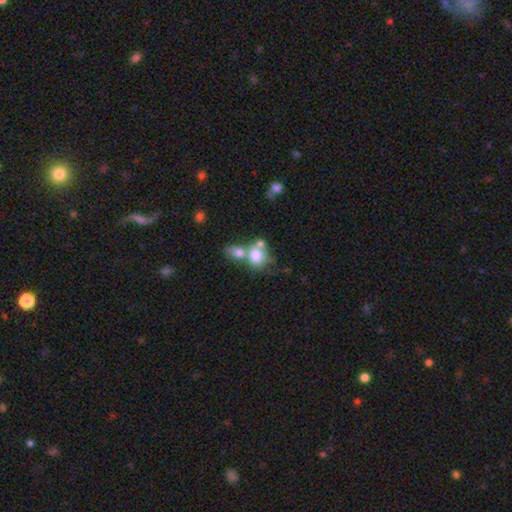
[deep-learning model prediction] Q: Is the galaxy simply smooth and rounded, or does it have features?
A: smooth — 75%.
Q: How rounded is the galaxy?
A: round — 63%.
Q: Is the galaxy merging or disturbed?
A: merger — 57%.